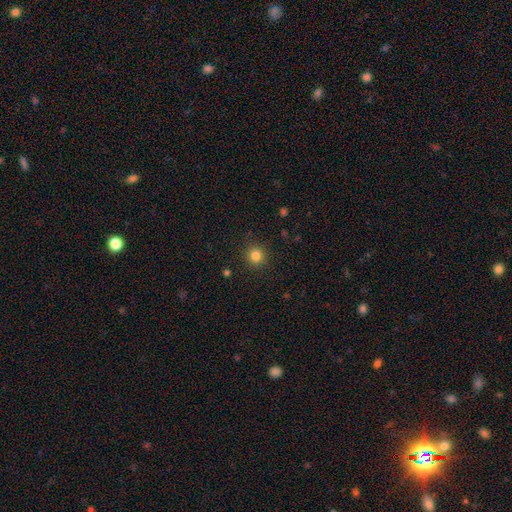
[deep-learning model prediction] smooth_or_featured: smooth (p=0.82) [alt: star or artifact p=0.13]
how_rounded: round (p=0.94) [alt: in between p=0.05]
merging: none (p=0.91) [alt: minor disturbance p=0.06]